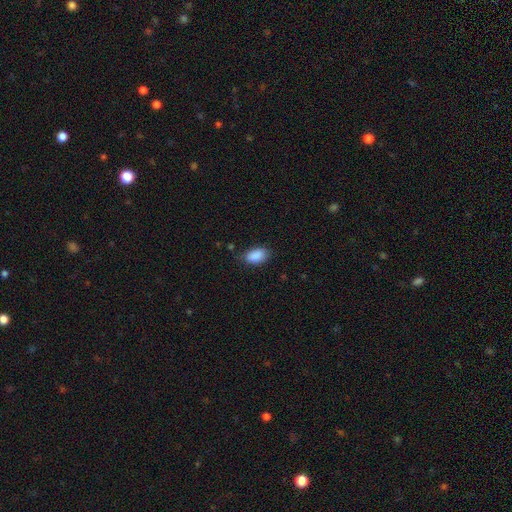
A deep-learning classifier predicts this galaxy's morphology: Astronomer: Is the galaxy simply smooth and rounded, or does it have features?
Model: smooth — 89%.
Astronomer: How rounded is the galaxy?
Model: in between — 92%.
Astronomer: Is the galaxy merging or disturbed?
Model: none — 75%.